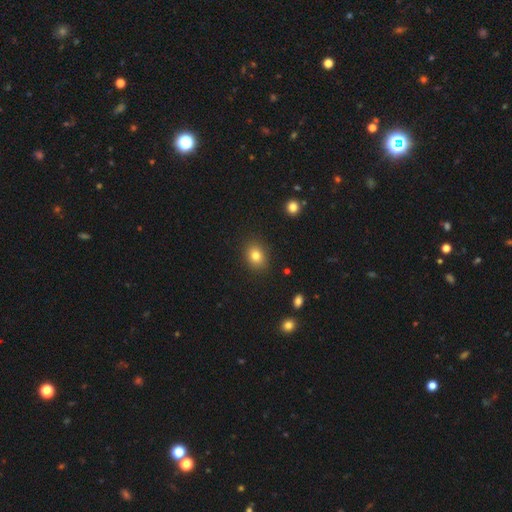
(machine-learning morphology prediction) smooth 80%, star or artifact 11%, featured or disk 9%. Down the decision tree: how rounded — in between (53%); merging — none (88%).